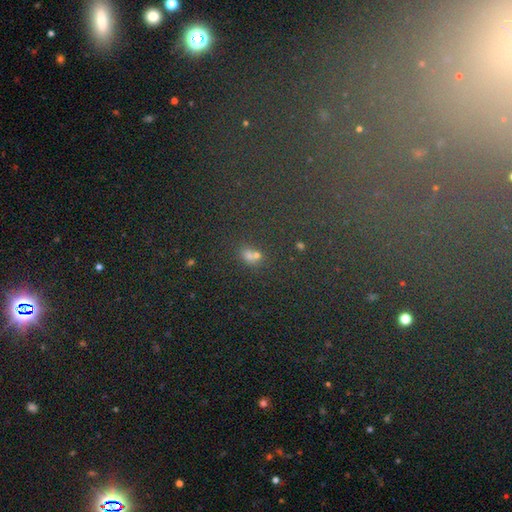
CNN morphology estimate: smooth 53%, star or artifact 36%, featured or disk 11%. Down the decision tree: how rounded — in between (49%); merging — none (47%).